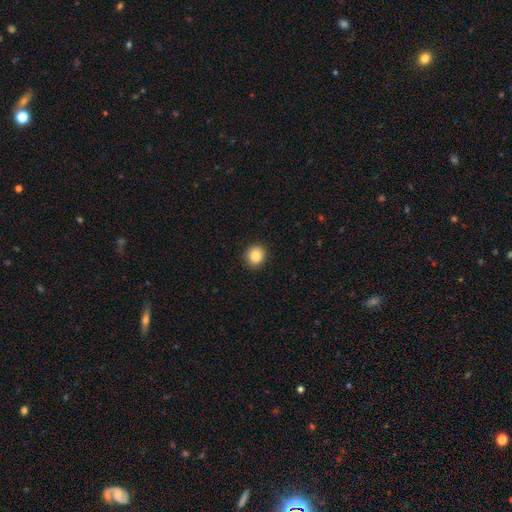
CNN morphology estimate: Overall: smooth (86%). How rounded: round (88%). Merging: none (91%).